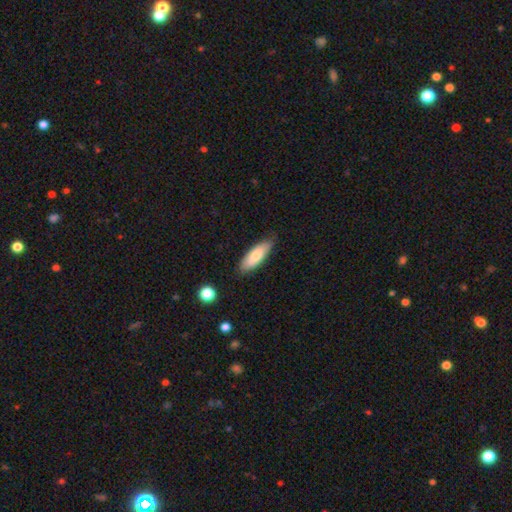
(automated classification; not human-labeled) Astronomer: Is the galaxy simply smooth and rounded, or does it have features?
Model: smooth — 75%.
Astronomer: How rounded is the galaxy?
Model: in between — 62%.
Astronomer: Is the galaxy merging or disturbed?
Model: none — 80%.